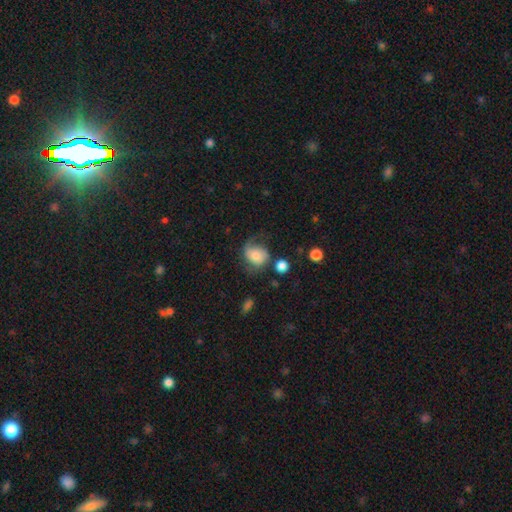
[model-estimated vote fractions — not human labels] Morphology: type=smooth (47%); merging=none (43%).